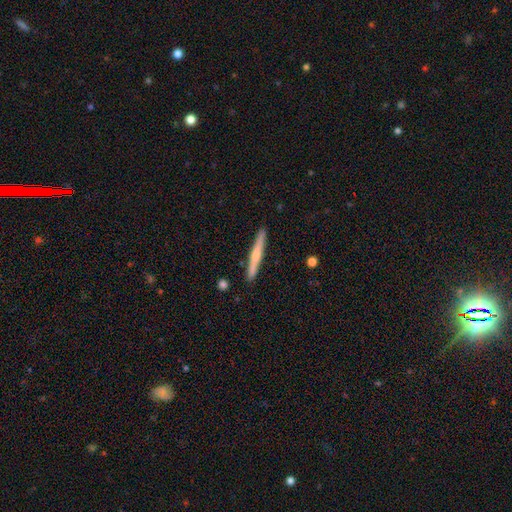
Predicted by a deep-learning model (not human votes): Overall: smooth (48%; featured or disk 47%). Merging: none (90%).